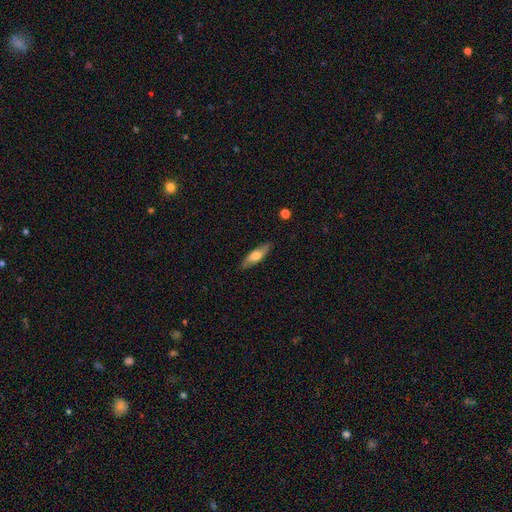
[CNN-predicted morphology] Smooth or featured? Predicted: smooth (p=0.62). How rounded? Predicted: cigar-shaped (p=0.52). Merging? Predicted: none (p=0.86).